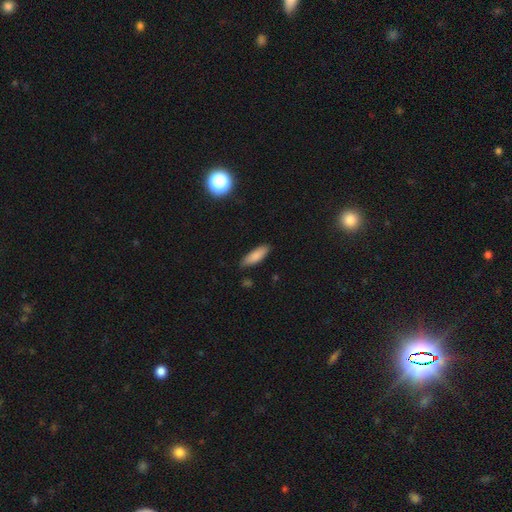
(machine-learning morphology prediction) Smooth or featured? Predicted: smooth (p=0.84). How rounded? Predicted: in between (p=0.56). Merging? Predicted: none (p=0.85).